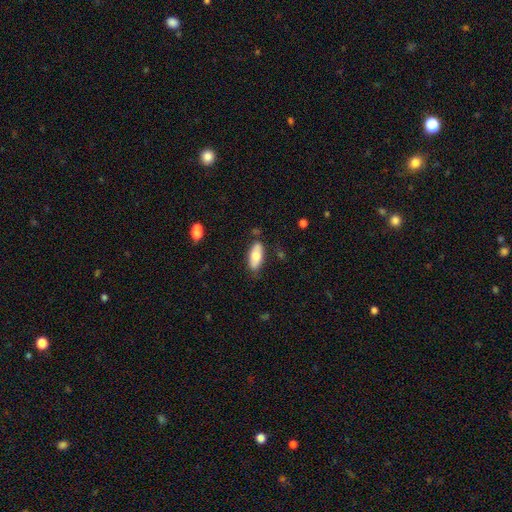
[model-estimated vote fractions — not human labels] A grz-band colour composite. It shows a smooth galaxy with no disk features (69%) that is in between round and cigar-shaped (81%). Merging: none (80%).